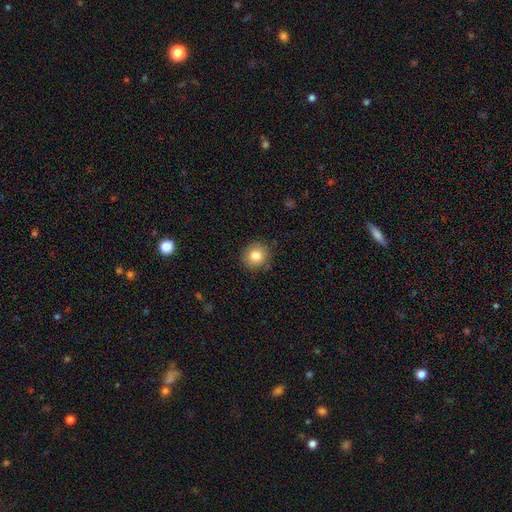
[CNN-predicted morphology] type=smooth (82%); roundness=round (88%); merging=none (87%).